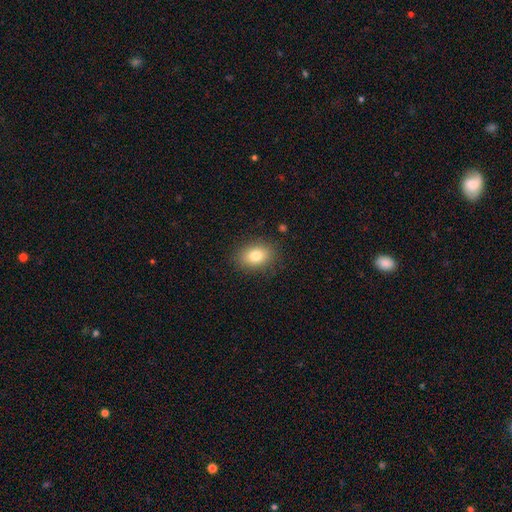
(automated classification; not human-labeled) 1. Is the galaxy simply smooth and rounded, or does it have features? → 80% smooth, 11% featured or disk, 9% star or artifact.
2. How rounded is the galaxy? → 74% in between, 25% round, 1% cigar-shaped.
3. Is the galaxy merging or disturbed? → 86% none, 10% minor disturbance, 3% major disturbance, 1% merger.